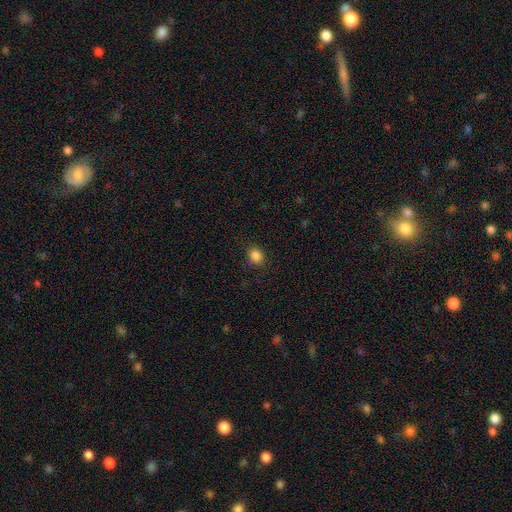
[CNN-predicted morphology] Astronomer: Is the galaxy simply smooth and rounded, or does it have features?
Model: smooth — 85%.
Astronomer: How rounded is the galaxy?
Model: round — 58% (runner-up: in between, 41%).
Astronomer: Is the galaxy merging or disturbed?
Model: none — 86%.